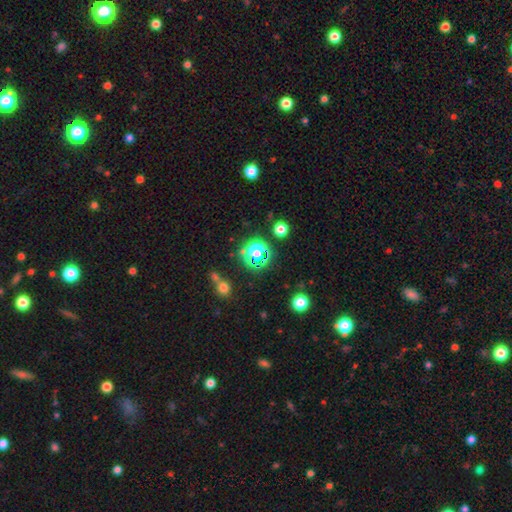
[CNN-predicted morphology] Overall: star or artifact (59%; smooth 31%).